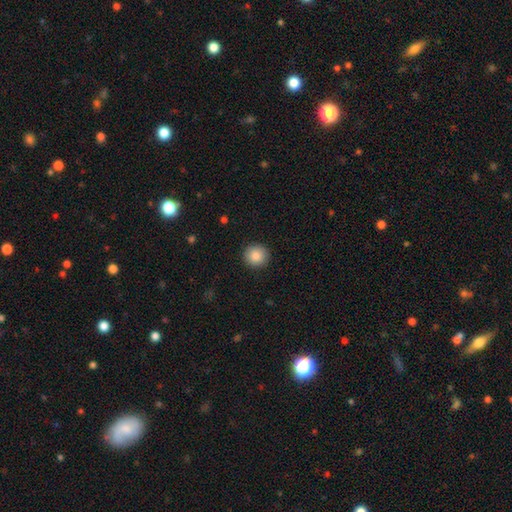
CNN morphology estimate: smooth-or-featured: smooth: 87% | star or artifact: 8% | featured or disk: 5%
  how-rounded: round: 93% | in between: 6% | cigar-shaped: 1%
  merging: none: 92% | minor disturbance: 6% | major disturbance: 2% | merger: 1%